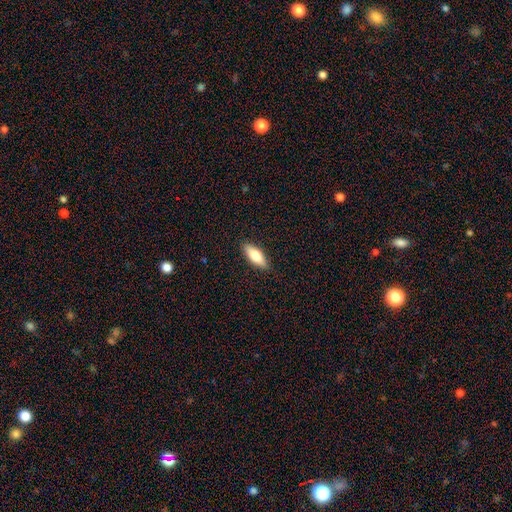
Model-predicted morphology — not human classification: smooth-or-featured: smooth: 74% | featured or disk: 20% | star or artifact: 6%
  how-rounded: in between: 68% | cigar-shaped: 29% | round: 2%
  merging: none: 88% | minor disturbance: 9% | major disturbance: 2% | merger: 1%